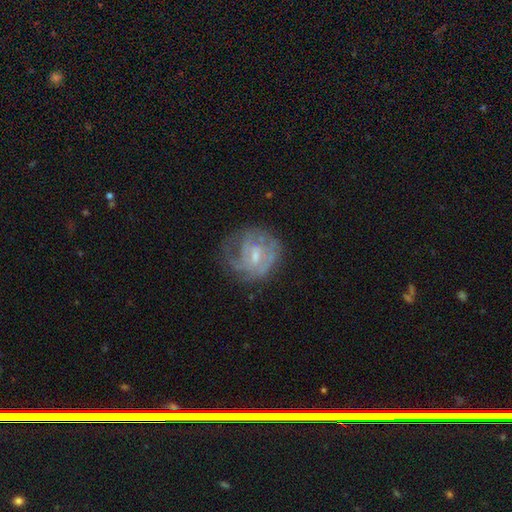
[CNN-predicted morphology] Smooth or featured: featured or disk — 70% (smooth — 22%)
Edge-on disk: no — 97% (yes — 3%)
Bar: weak — 52% (no — 37%)
Spiral arms: yes — 69% (no — 31%)
Bulge size: small — 45% (moderate — 39%)
Merging: none — 53% (minor disturbance — 23%)